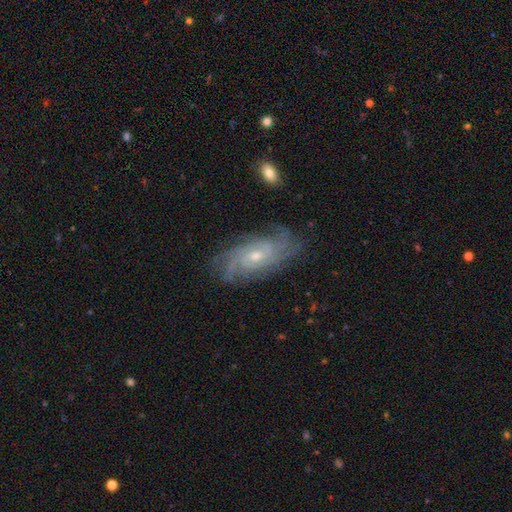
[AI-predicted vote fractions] Smooth or featured: featured or disk — 84% (smooth — 9%)
Edge-on disk: no — 94% (yes — 6%)
Bar: no — 63% (weak — 31%)
Spiral arms: yes — 97% (no — 3%)
Spiral winding: tight — 64% (medium — 29%)
Spiral arm count: can't tell — 33% (4 — 23%)
Bulge size: small — 54% (moderate — 42%)
Merging: none — 78% (minor disturbance — 15%)